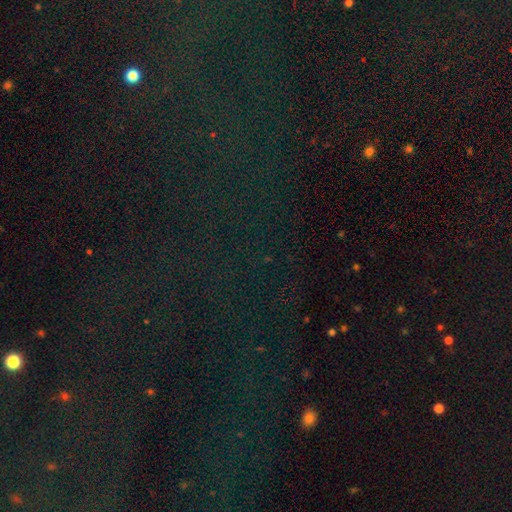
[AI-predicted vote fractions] smooth_or_featured: star or artifact (p=0.82) [alt: smooth p=0.10]